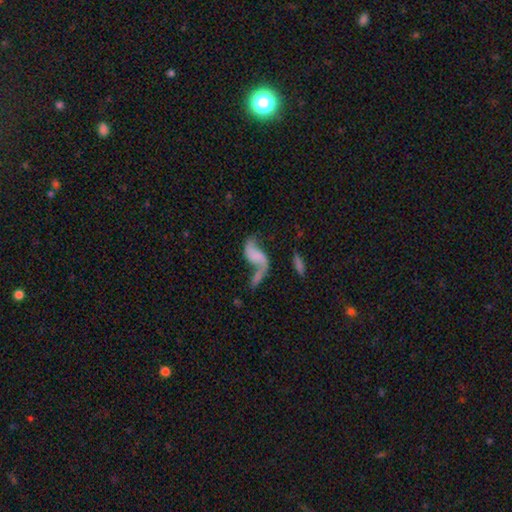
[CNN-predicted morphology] featured or disk 72%, smooth 20%, star or artifact 8%. Down the decision tree: edge-on disk — no (96%); bar — no (59%); spiral arms — yes (86%); spiral arm count — 2 (84%); spiral winding — loose (90%); bulge size — none (64%); merging — none (36%).